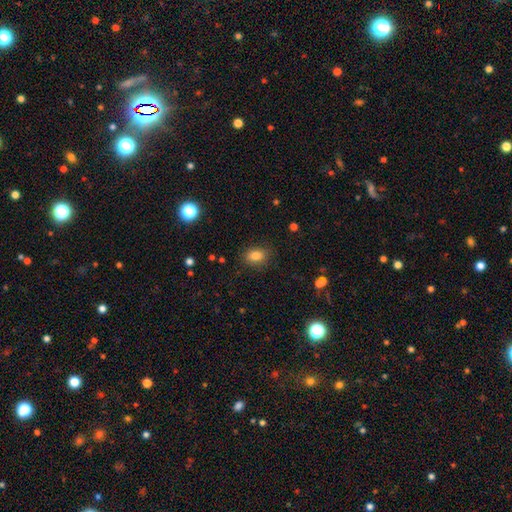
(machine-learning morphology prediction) Overall: smooth (83%). How rounded: in between (71%). Merging: none (84%).